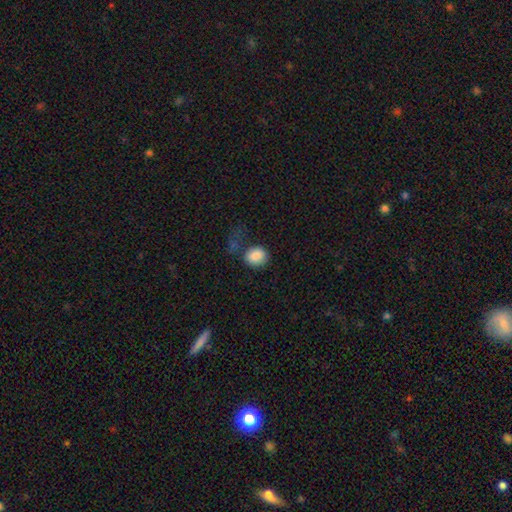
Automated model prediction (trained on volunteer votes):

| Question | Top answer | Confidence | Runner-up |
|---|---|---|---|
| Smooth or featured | smooth | 86% | star or artifact (8%) |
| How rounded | round | 61% | in between (37%) |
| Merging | none | 59% | minor disturbance (20%) |